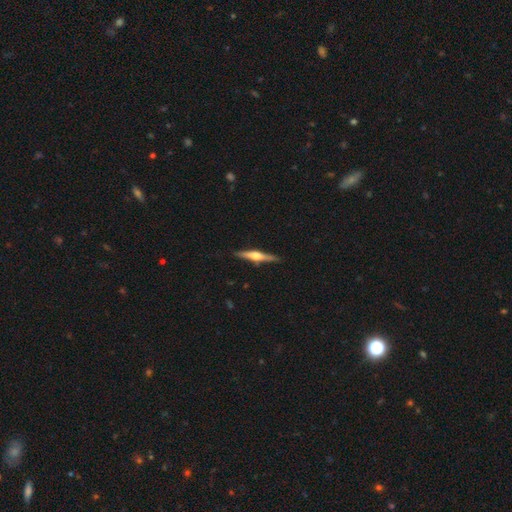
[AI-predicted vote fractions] A featured or disk galaxy (70%) viewed edge-on (98%) with a rounded central bulge (91%).

Vote fractions:
- Smooth or featured? featured or disk: 70% / smooth: 25% / star or artifact: 5%
- Edge-on disk? yes: 98% / no: 2%
- Edge-on bulge? rounded: 91% / boxy: 6% / none: 3%
- Merging? none: 89% / minor disturbance: 8% / major disturbance: 2% / merger: 1%